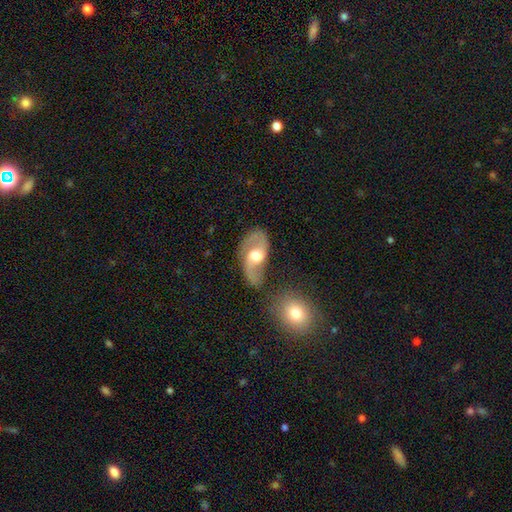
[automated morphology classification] A featured or disk galaxy (80%) with no bar (49%), 2 (90%) loose (55%) spiral arms (91%) and a moderate central bulge (68%). Merging: none (60%).